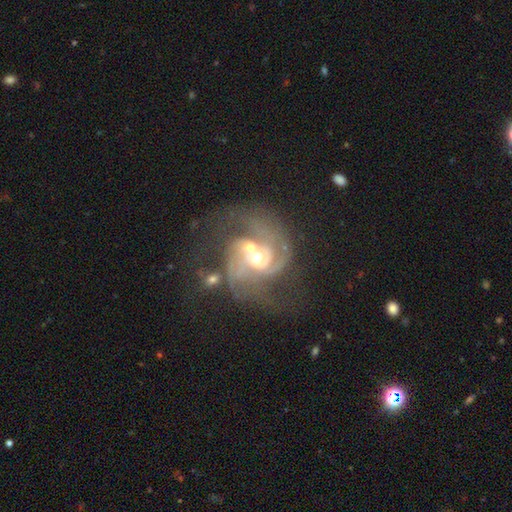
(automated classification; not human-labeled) Smooth or featured? Predicted: featured or disk (p=0.85). Edge-on disk? Predicted: no (p=0.98). Bar? Predicted: no (p=0.64). Spiral arms? Predicted: yes (p=0.93). Spiral winding? Predicted: medium (p=0.49). Spiral arm count? Predicted: 2 (p=0.55). Bulge size? Predicted: moderate (p=0.66). Merging? Predicted: merger (p=0.48).